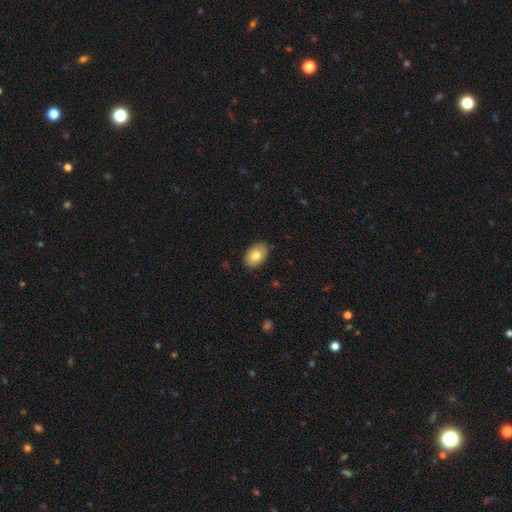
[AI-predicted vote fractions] smooth-or-featured: smooth: 78% | featured or disk: 15% | star or artifact: 7%
  how-rounded: in between: 86% | round: 13% | cigar-shaped: 1%
  merging: none: 87% | minor disturbance: 10% | major disturbance: 2% | merger: 1%